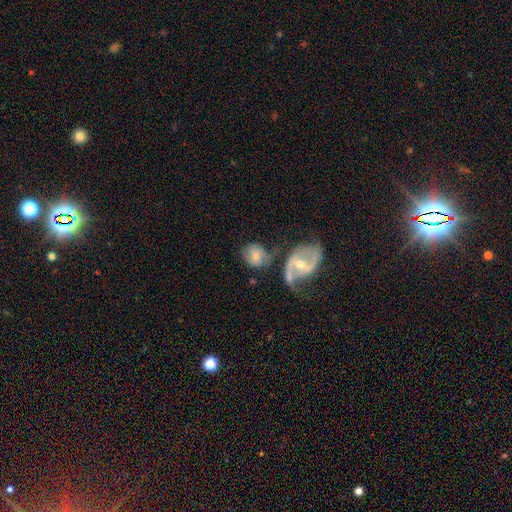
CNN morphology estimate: The model was most divided on "smooth or featured": featured or disk: 49%, smooth: 43%, star or artifact: 8%. Remaining: merging — none (42%).